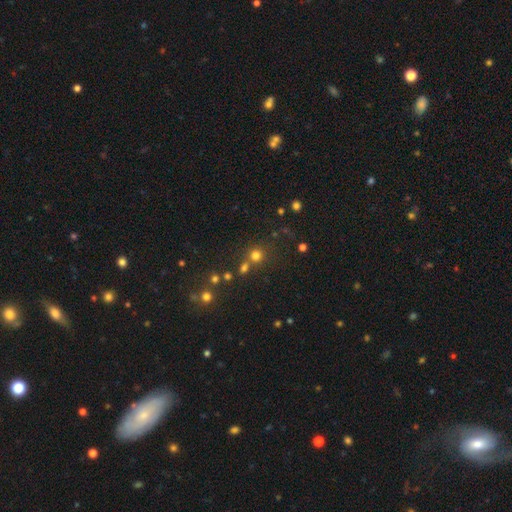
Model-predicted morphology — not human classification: This appears to be a smooth galaxy with no disk features (73%) that is round (89%). Merging: none (65%).